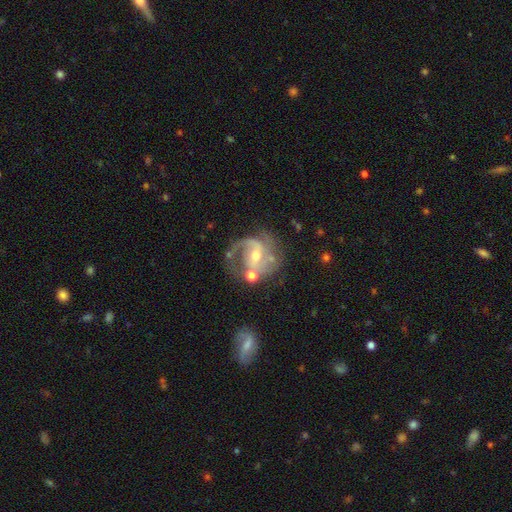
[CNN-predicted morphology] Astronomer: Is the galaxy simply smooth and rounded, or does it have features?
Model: featured or disk — 85%.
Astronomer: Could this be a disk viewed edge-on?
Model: no — 98%.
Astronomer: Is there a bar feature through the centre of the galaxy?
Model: weak — 47% (runner-up: no, 37%).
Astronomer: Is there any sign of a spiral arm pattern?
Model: yes — 94%.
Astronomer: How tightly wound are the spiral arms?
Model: medium — 49% (runner-up: tight, 28%).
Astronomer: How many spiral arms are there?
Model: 2 — 49% (runner-up: 1, 27%).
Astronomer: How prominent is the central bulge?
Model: moderate — 53% (runner-up: small, 41%).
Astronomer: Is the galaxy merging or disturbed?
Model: none — 52%.